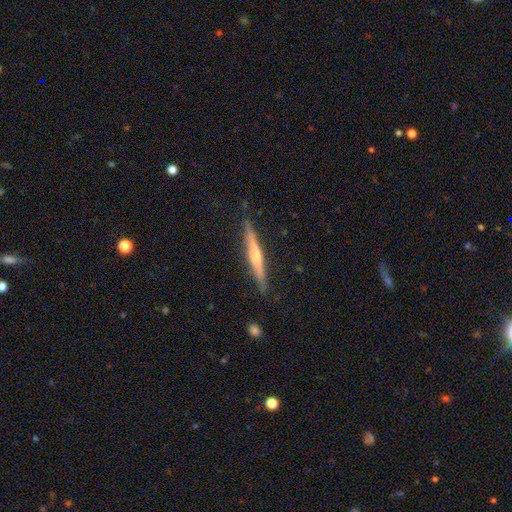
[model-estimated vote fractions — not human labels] Q: Smooth or featured?
A: featured or disk (57%); runner-up: smooth (37%)
Q: Edge-on disk?
A: yes (96%); runner-up: no (4%)
Q: Edge-on bulge?
A: rounded (56%); runner-up: none (36%)
Q: Merging?
A: none (87%); runner-up: minor disturbance (10%)